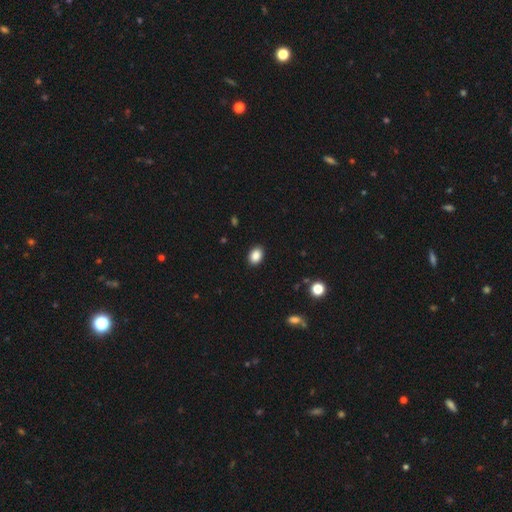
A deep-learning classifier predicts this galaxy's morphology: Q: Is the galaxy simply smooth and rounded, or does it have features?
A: smooth — 88%.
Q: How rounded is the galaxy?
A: in between — 76%.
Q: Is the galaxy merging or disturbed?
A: none — 90%.